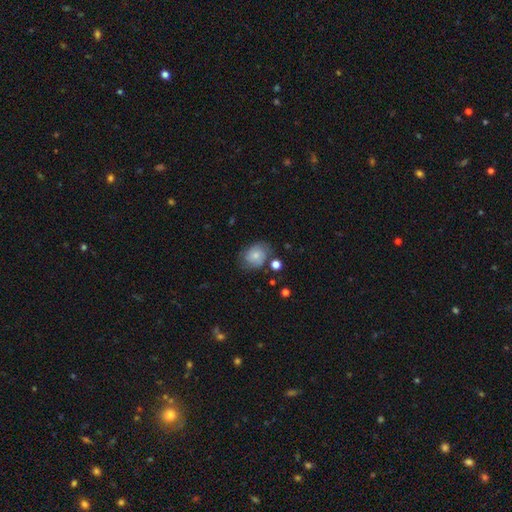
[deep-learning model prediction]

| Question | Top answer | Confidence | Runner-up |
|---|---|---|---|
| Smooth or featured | smooth | 64% | featured or disk (26%) |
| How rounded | in between | 54% | round (45%) |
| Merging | none | 62% | minor disturbance (24%) |